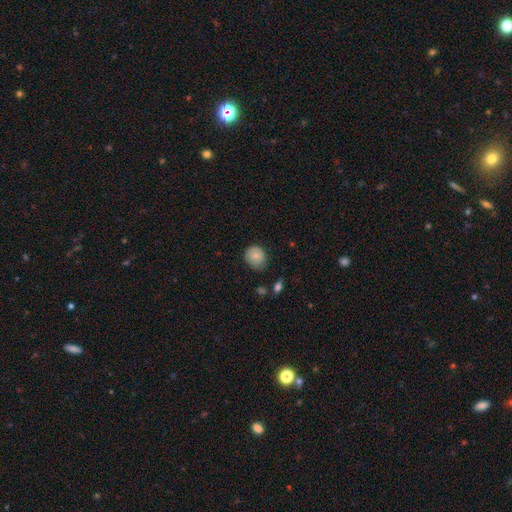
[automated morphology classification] The model was most divided on "merging": none: 65%, minor disturbance: 28%, major disturbance: 5%, merger: 2%. More confident: smooth or featured — smooth (78%); how rounded — round (72%).